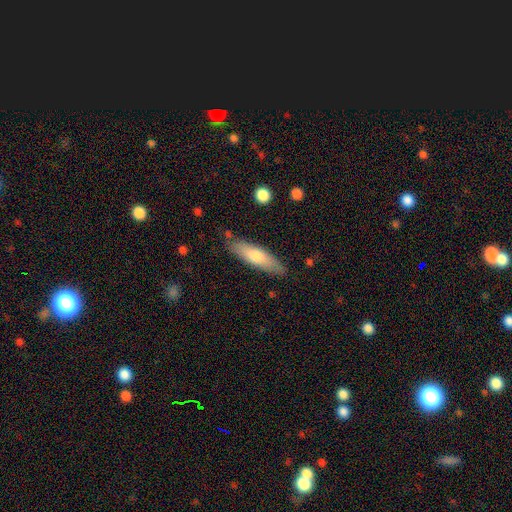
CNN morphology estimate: smooth-or-featured: smooth: 66% | featured or disk: 29% | star or artifact: 5%
  how-rounded: cigar-shaped: 65% | in between: 33% | round: 2%
  merging: none: 84% | minor disturbance: 12% | major disturbance: 2% | merger: 2%